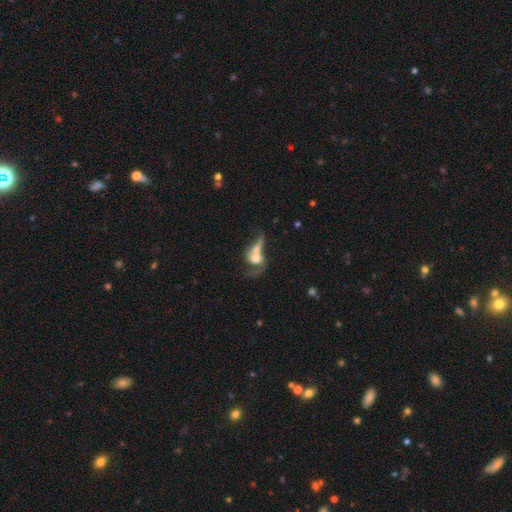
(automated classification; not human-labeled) featured or disk 46%, smooth 44%, star or artifact 10%. Down the decision tree: merging — merger (62%).